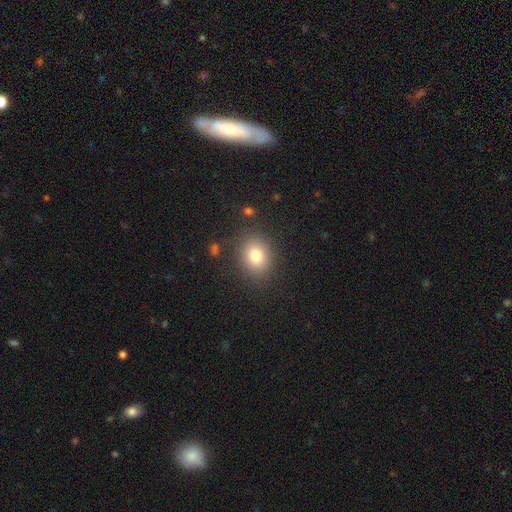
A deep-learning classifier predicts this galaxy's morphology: Overall: smooth (79%). How rounded: round (63%; in between 36%). Merging: none (85%).